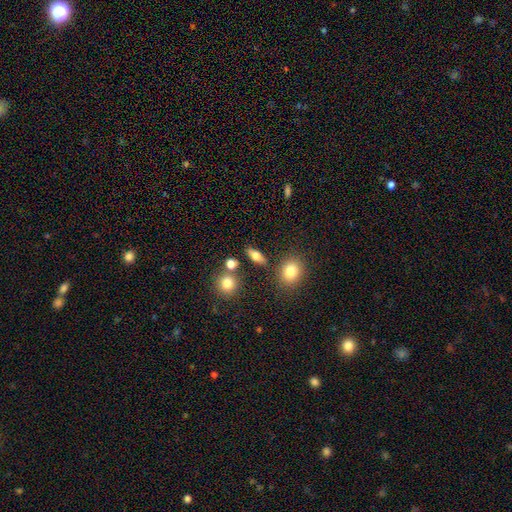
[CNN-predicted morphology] The model was most divided on "how rounded": in between: 62%, cigar-shaped: 20%, round: 17%. More confident: merging — none (79%); smooth or featured — smooth (69%).